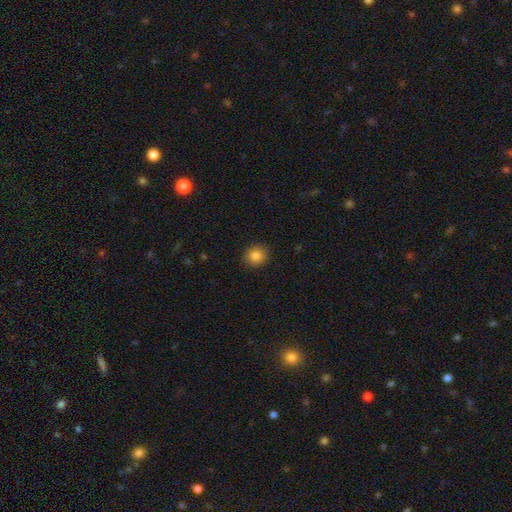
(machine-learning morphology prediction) A smooth galaxy with no disk features (84%) that is round (82%). Merging: none (90%).